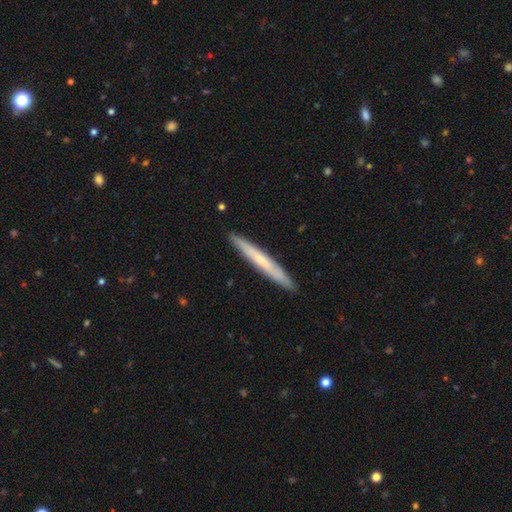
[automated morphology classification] This is possibly a smooth galaxy (47%). Merging: clearly none (91%).